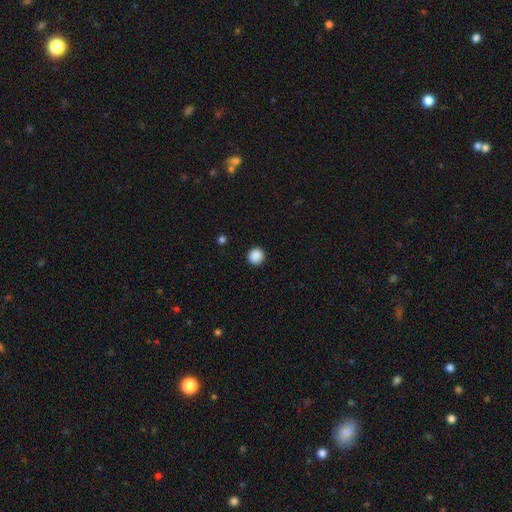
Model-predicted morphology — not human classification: type=smooth (89%); roundness=round (93%); merging=none (92%).